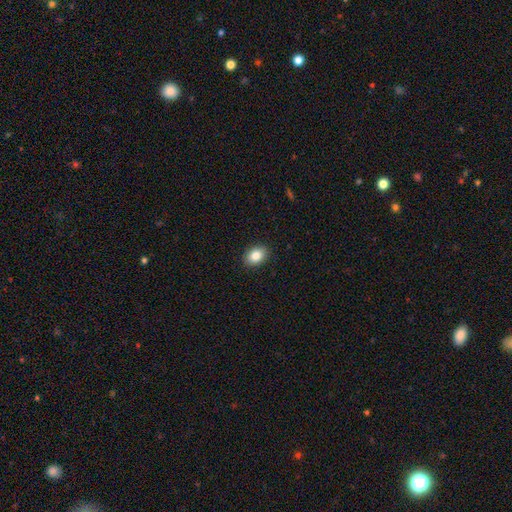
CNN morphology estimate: This appears to be a smooth galaxy with no disk features (85%) that is in between round and cigar-shaped (77%). Merging: none (90%).